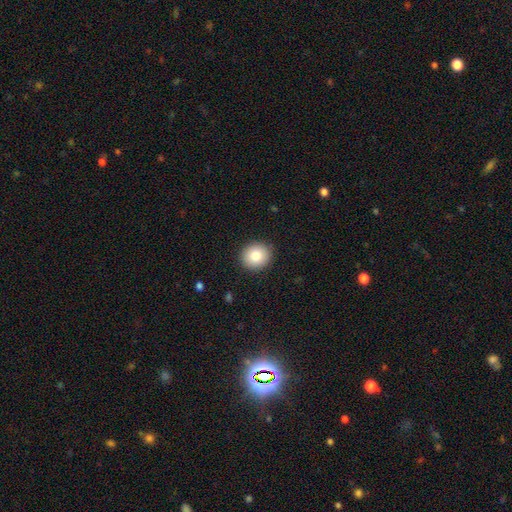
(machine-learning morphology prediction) This is clearly a smooth galaxy (84%). How rounded: clearly round (83%). Merging: clearly none (91%).